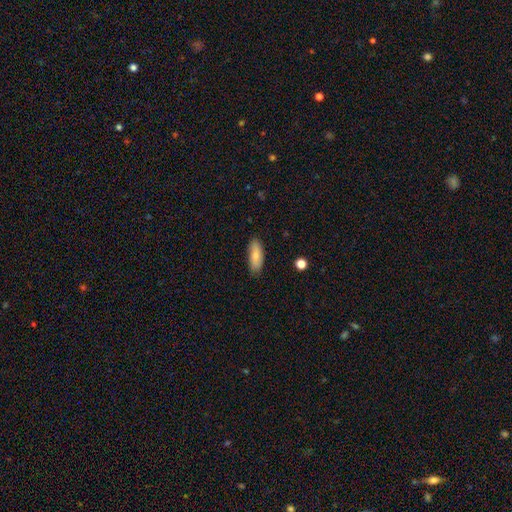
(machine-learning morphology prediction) smooth_or_featured: smooth (p=0.83) [alt: featured or disk p=0.11]
how_rounded: in between (p=0.72) [alt: cigar-shaped p=0.26]
merging: none (p=0.85) [alt: minor disturbance p=0.12]